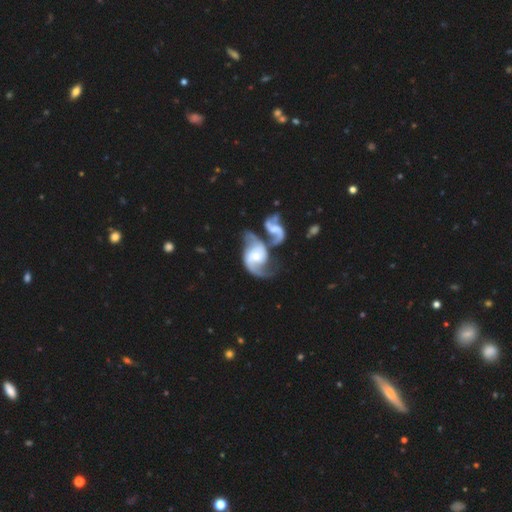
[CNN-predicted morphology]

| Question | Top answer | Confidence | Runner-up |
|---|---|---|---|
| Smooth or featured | featured or disk | 87% | smooth (8%) |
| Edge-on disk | no | 97% | yes (3%) |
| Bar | no | 43% | weak (42%) |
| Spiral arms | yes | 96% | no (4%) |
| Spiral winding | medium | 45% | loose (42%) |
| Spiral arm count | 2 | 83% | 1 (6%) |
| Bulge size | moderate | 49% | small (35%) |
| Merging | merger | 63% | none (17%) |